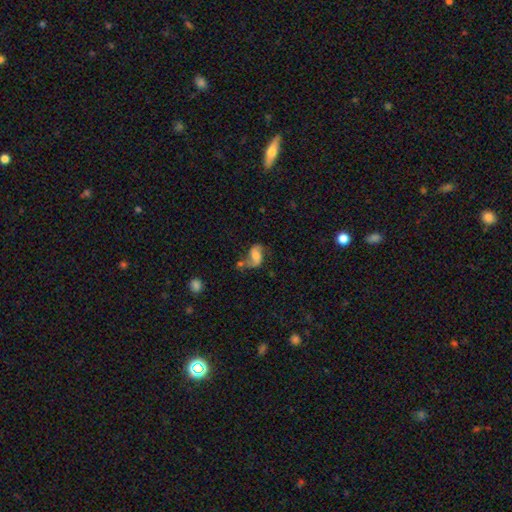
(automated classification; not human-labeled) Q: Smooth or featured?
A: featured or disk (67%); runner-up: smooth (24%)
Q: Edge-on disk?
A: no (97%); runner-up: yes (3%)
Q: Bar?
A: no (52%); runner-up: weak (36%)
Q: Spiral arms?
A: yes (91%); runner-up: no (9%)
Q: Spiral winding?
A: loose (61%); runner-up: medium (30%)
Q: Spiral arm count?
A: 2 (89%); runner-up: 1 (5%)
Q: Bulge size?
A: moderate (40%); runner-up: small (27%)
Q: Merging?
A: none (45%); runner-up: minor disturbance (20%)